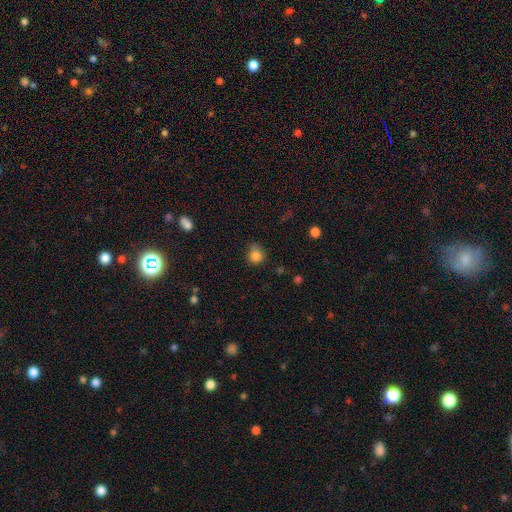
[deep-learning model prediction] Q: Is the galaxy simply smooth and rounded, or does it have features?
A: smooth — 84%.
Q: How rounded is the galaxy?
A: round — 82%.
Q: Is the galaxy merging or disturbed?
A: none — 63%.